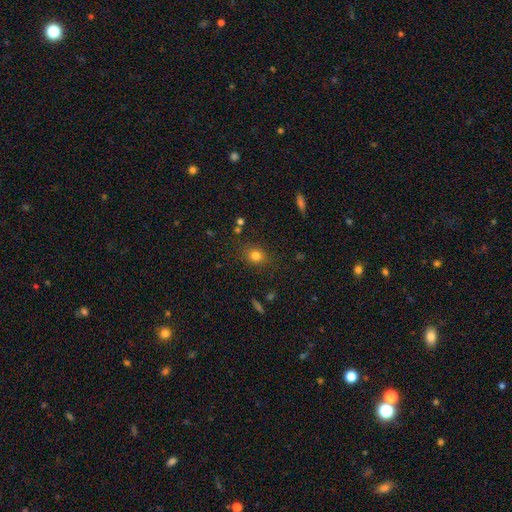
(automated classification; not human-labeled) This is likely a smooth galaxy (79%). How rounded: likely round (61%). Merging: clearly none (82%).